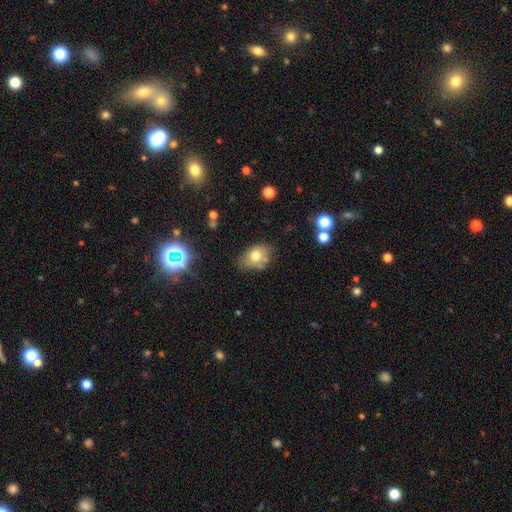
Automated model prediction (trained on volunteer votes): This is likely a smooth galaxy (72%). How rounded: likely in between (73%). Merging: possibly none (59%).